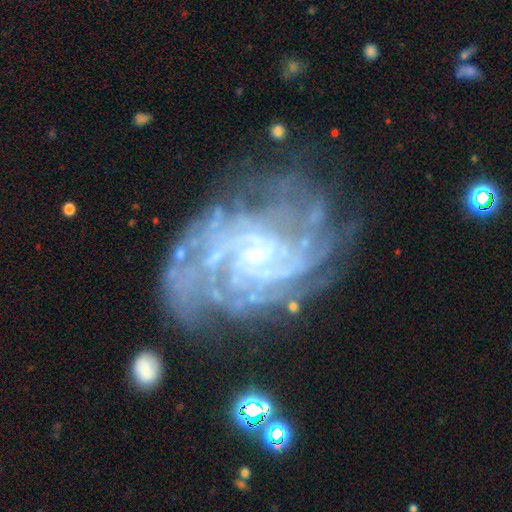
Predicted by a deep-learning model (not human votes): Q: Smooth or featured?
A: featured or disk (89%); runner-up: star or artifact (6%)
Q: Edge-on disk?
A: no (98%); runner-up: yes (2%)
Q: Bar?
A: no (62%); runner-up: weak (29%)
Q: Spiral arms?
A: yes (96%); runner-up: no (4%)
Q: Spiral winding?
A: tight (66%); runner-up: medium (28%)
Q: Spiral arm count?
A: can't tell (29%); runner-up: 4 (19%)
Q: Bulge size?
A: small (81%); runner-up: none (8%)
Q: Merging?
A: none (66%); runner-up: minor disturbance (19%)